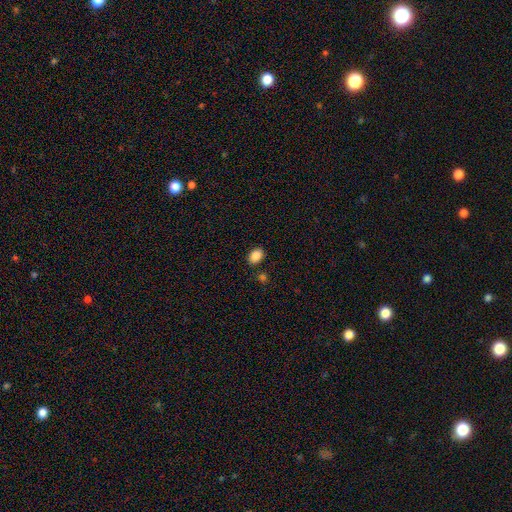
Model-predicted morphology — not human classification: Q: Smooth or featured?
A: smooth (87%); runner-up: star or artifact (9%)
Q: How rounded?
A: in between (79%); runner-up: round (20%)
Q: Merging?
A: none (84%); runner-up: minor disturbance (10%)